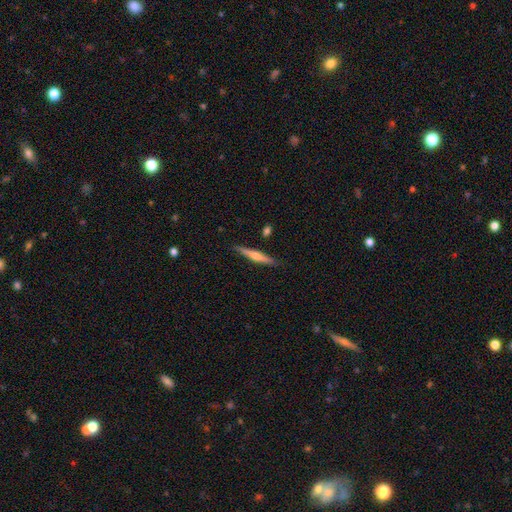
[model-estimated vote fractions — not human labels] featured or disk 56%, smooth 38%, star or artifact 6%. Down the decision tree: edge-on disk — yes (97%); edge-on bulge — rounded (80%); merging — none (87%).